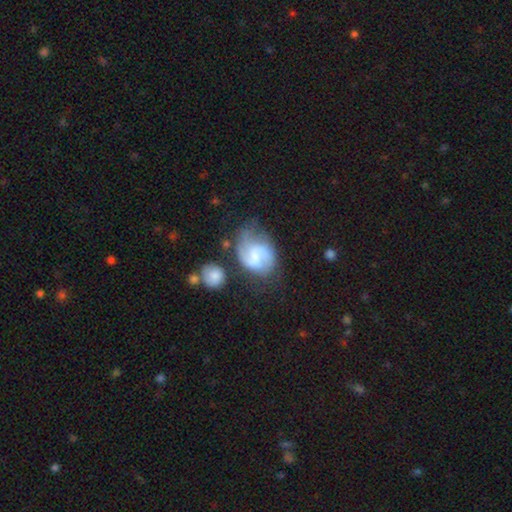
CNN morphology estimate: smooth_or_featured: featured or disk (p=0.68) [alt: smooth p=0.25]
disk_edge_on: no (p=0.98) [alt: yes p=0.02]
bar: weak (p=0.55) [alt: no p=0.33]
has_spiral_arms: yes (p=0.90) [alt: no p=0.10]
spiral_winding: medium (p=0.48) [alt: loose p=0.33]
spiral_arm_count: 2 (p=0.80) [alt: can't tell p=0.10]
bulge_size: small (p=0.44) [alt: moderate p=0.35]
merging: none (p=0.49) [alt: minor disturbance p=0.26]